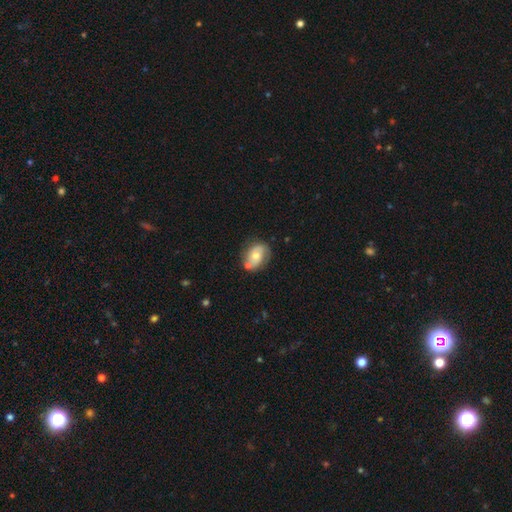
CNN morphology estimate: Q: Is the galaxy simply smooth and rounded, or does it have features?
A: featured or disk — 51%.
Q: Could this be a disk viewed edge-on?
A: no — 96%.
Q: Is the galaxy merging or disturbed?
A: none — 62%.